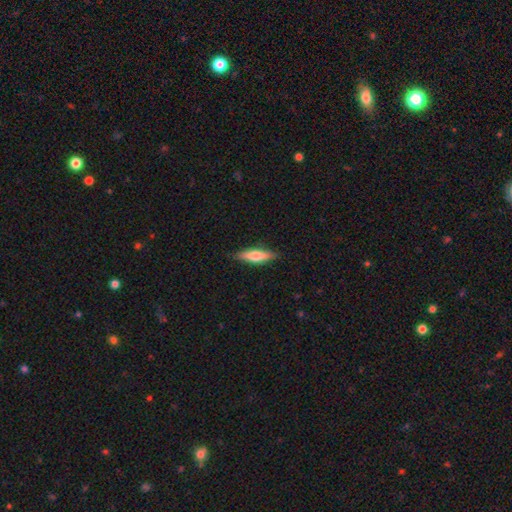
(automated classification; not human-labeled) Smooth or featured?
  - smooth: 58% *
  - featured or disk: 36%
  - star or artifact: 6%
How rounded?
  - cigar-shaped: 71% *
  - in between: 27%
  - round: 2%
Merging?
  - none: 87% *
  - minor disturbance: 10%
  - major disturbance: 2%
  - merger: 1%